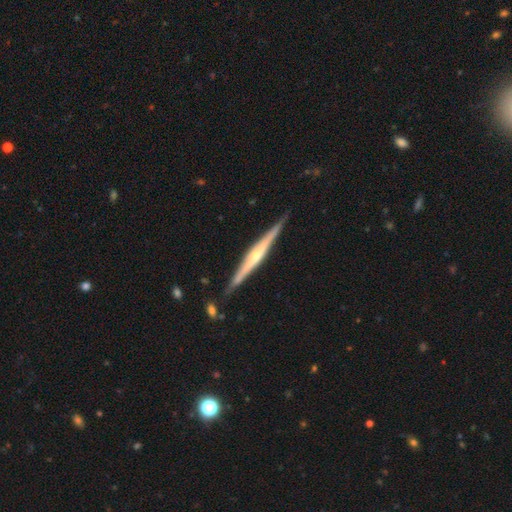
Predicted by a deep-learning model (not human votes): smooth_or_featured: featured or disk (p=0.80) [alt: smooth p=0.15]
disk_edge_on: yes (p=0.98) [alt: no p=0.02]
edge_on_bulge: rounded (p=0.79) [alt: none p=0.14]
merging: none (p=0.88) [alt: minor disturbance p=0.09]